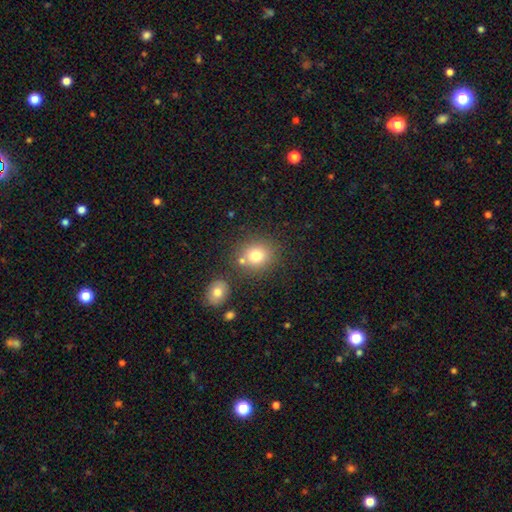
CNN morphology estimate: A smooth galaxy with no disk features (77%) that is round (79%). Merging: none (70%).